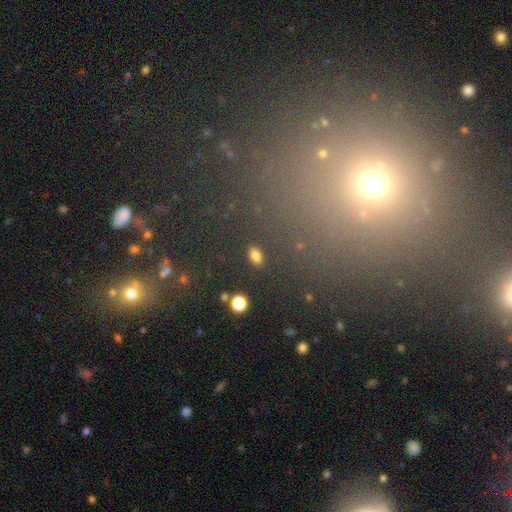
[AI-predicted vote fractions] This is clearly a smooth galaxy (82%). How rounded: clearly in between (88%). Merging: clearly none (89%).